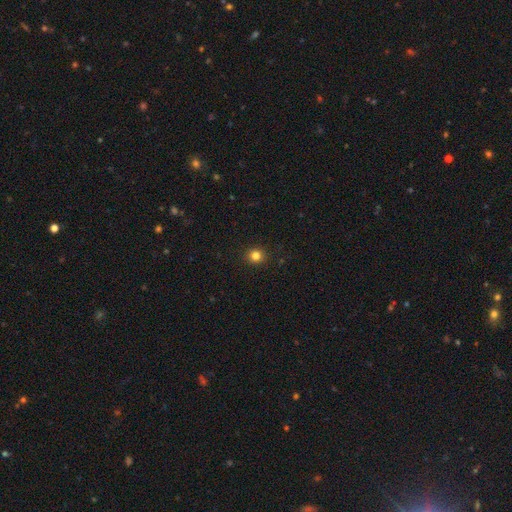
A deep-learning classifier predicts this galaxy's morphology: Q: Smooth or featured?
A: smooth (82%); runner-up: star or artifact (13%)
Q: How rounded?
A: round (91%); runner-up: in between (8%)
Q: Merging?
A: none (93%); runner-up: minor disturbance (5%)